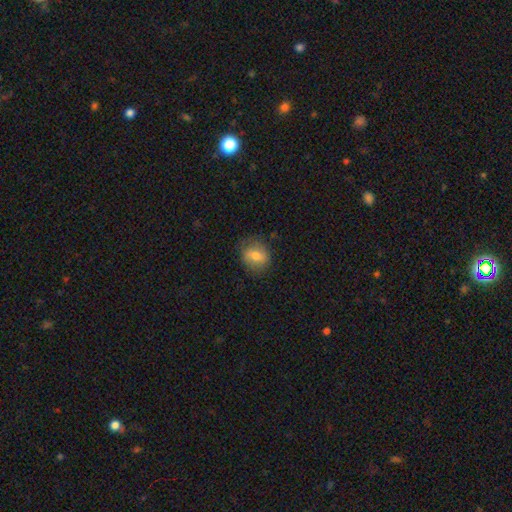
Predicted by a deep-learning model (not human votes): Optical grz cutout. It shows a smooth galaxy with no disk features (70%) that is round (62%). Merging: none (78%).